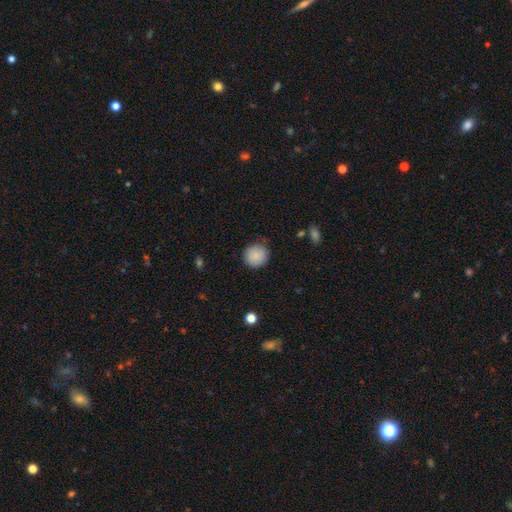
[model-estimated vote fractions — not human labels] Q: Smooth or featured?
A: smooth (88%); runner-up: star or artifact (8%)
Q: How rounded?
A: round (92%); runner-up: in between (7%)
Q: Merging?
A: none (84%); runner-up: minor disturbance (12%)